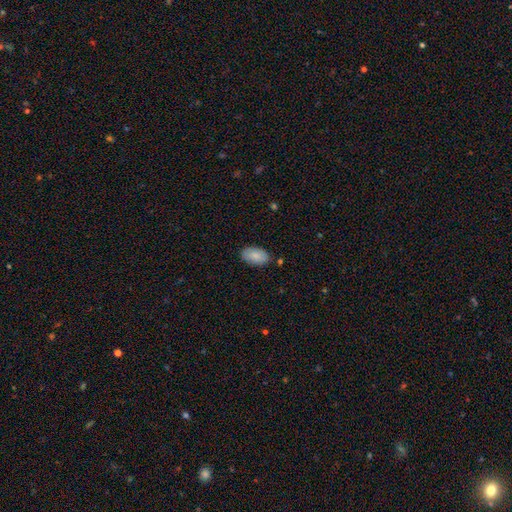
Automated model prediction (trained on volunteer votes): Smooth or featured? Predicted: smooth (p=0.85). How rounded? Predicted: in between (p=0.94). Merging? Predicted: none (p=0.83).